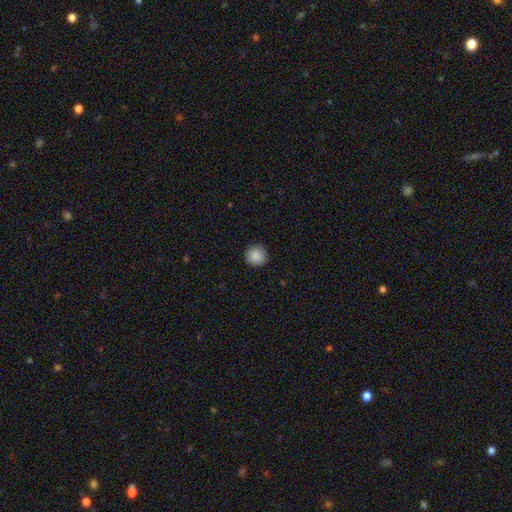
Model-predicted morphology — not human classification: A smooth galaxy with no disk features (89%) that is round (94%). Merging: none (92%).